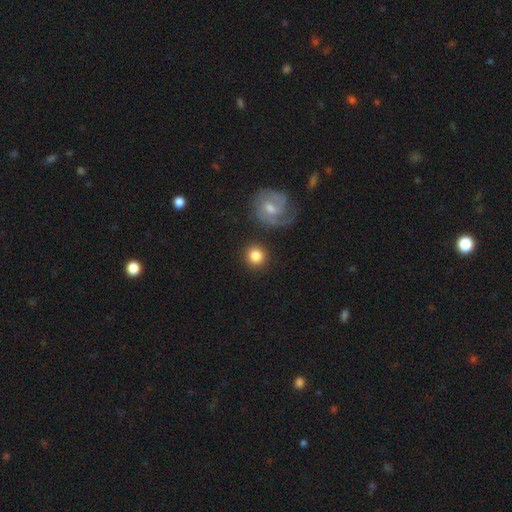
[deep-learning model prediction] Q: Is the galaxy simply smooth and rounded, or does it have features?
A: smooth — 83%.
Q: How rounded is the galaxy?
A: round — 93%.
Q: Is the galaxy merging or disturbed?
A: none — 85%.